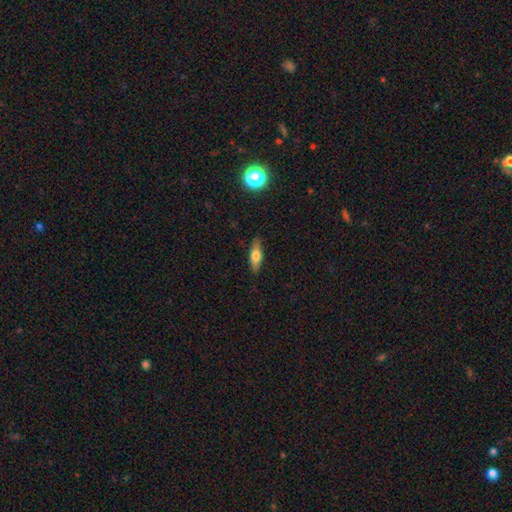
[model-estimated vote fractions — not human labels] smooth 59%, featured or disk 33%, star or artifact 8%. Down the decision tree: how rounded — cigar-shaped (49%); merging — none (85%).